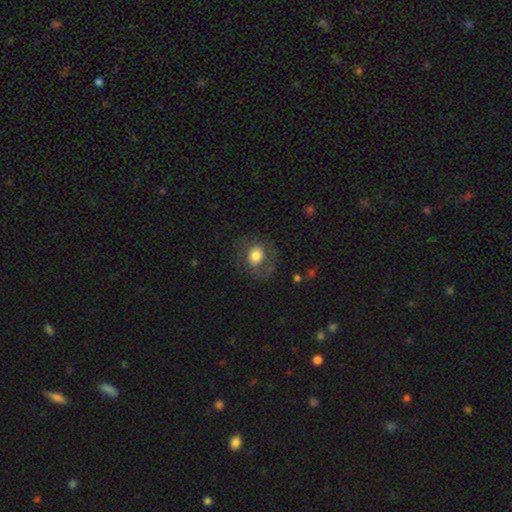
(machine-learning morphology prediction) smooth-or-featured: smooth: 69% | featured or disk: 23% | star or artifact: 8%
  how-rounded: round: 63% | in between: 36% | cigar-shaped: 1%
  merging: none: 69% | minor disturbance: 17% | major disturbance: 12% | merger: 2%